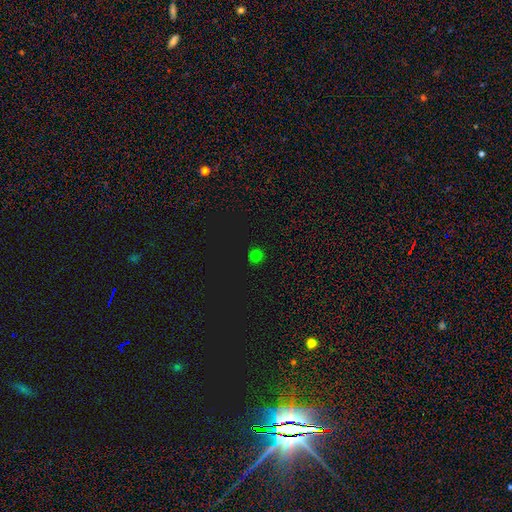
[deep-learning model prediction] smooth_or_featured: smooth (p=0.73) [alt: star or artifact p=0.23]
how_rounded: round (p=0.92) [alt: in between p=0.07]
merging: none (p=0.91) [alt: minor disturbance p=0.06]